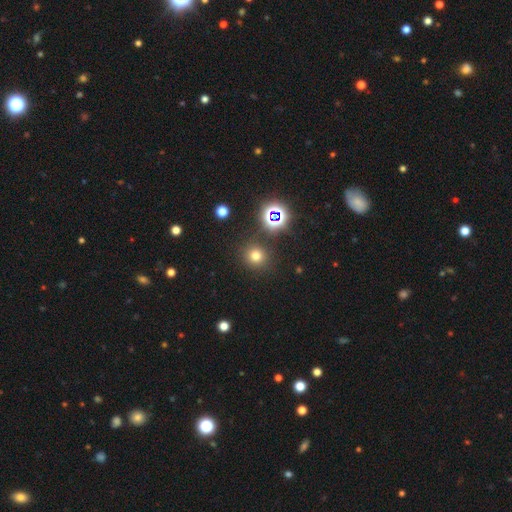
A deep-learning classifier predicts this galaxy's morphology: This is likely a smooth galaxy (68%). How rounded: clearly round (91%). Merging: clearly none (87%).